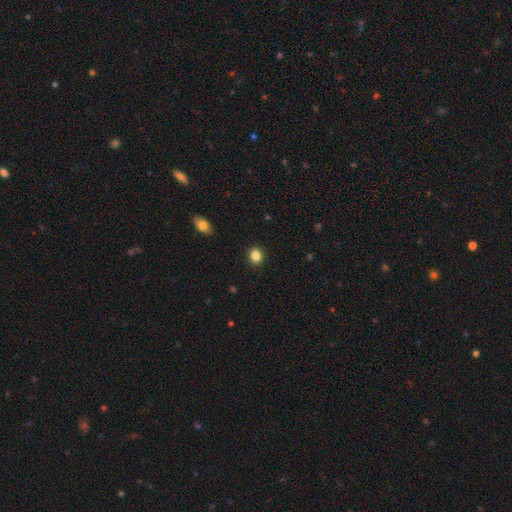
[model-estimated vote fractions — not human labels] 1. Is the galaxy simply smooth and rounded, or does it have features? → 85% smooth, 10% star or artifact, 5% featured or disk.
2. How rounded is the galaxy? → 71% round, 28% in between, 1% cigar-shaped.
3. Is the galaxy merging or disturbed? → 91% none, 6% minor disturbance, 2% major disturbance, 1% merger.